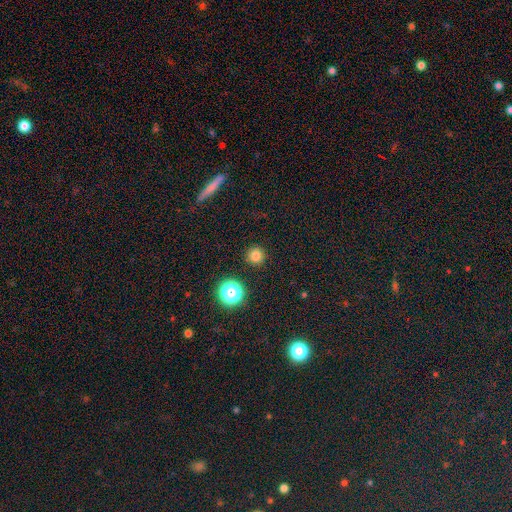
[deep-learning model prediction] smooth_or_featured: smooth (p=0.78) [alt: star or artifact p=0.17]
how_rounded: round (p=0.96) [alt: in between p=0.03]
merging: none (p=0.91) [alt: minor disturbance p=0.05]